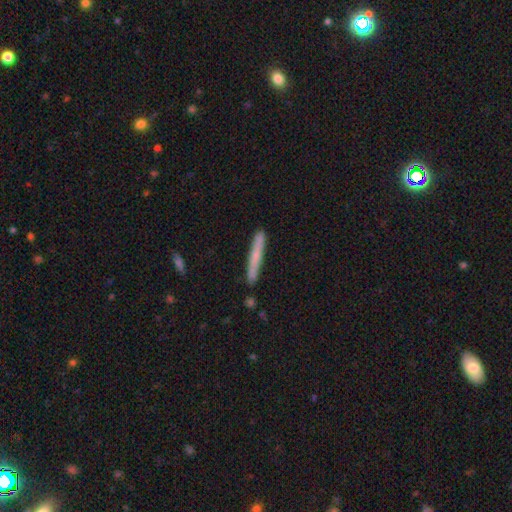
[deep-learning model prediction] smooth_or_featured: smooth (p=0.58) [alt: featured or disk p=0.35]
how_rounded: cigar-shaped (p=0.96) [alt: in between p=0.03]
merging: none (p=0.87) [alt: minor disturbance p=0.09]